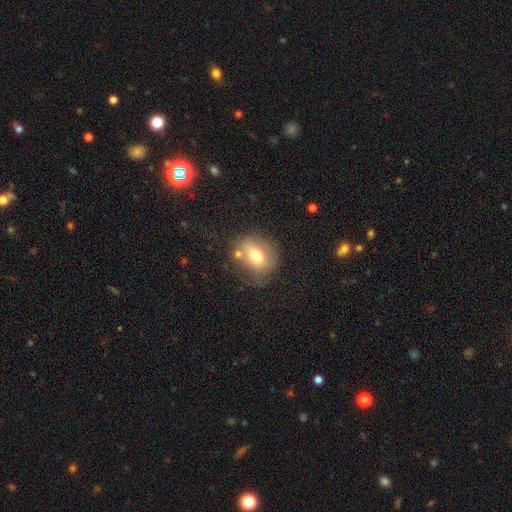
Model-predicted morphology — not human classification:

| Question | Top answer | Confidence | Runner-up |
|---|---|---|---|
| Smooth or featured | smooth | 69% | featured or disk (21%) |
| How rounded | round | 49% | tied: in between (49%) |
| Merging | none | 59% | minor disturbance (21%) |